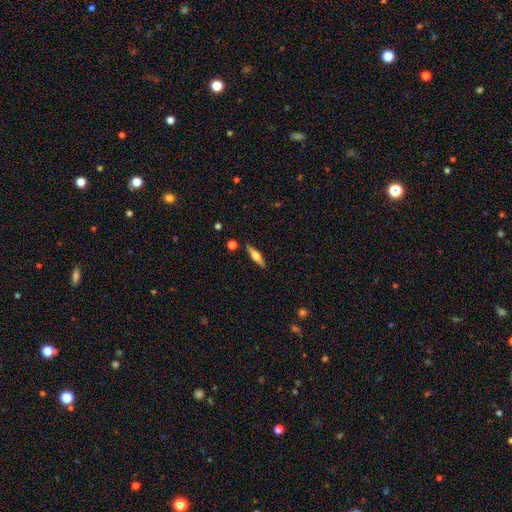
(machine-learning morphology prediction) Q: Smooth or featured?
A: featured or disk (58%); runner-up: smooth (36%)
Q: Edge-on disk?
A: yes (96%); runner-up: no (4%)
Q: Edge-on bulge?
A: rounded (86%); runner-up: boxy (11%)
Q: Merging?
A: none (87%); runner-up: minor disturbance (9%)